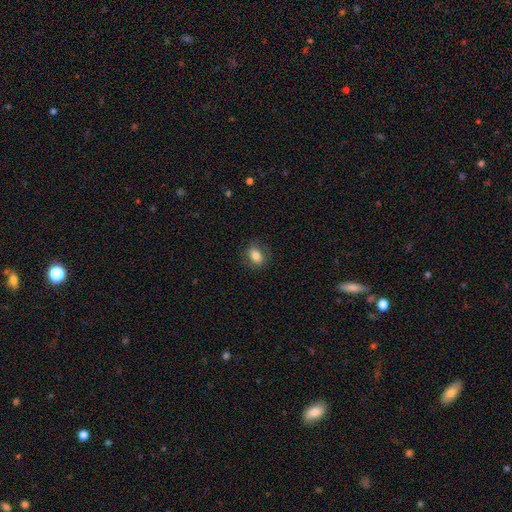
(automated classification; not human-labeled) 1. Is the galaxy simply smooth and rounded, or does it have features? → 79% smooth, 12% featured or disk, 9% star or artifact.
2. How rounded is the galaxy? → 72% in between, 26% round, 2% cigar-shaped.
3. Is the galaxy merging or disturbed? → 81% none, 13% minor disturbance, 5% major disturbance, 1% merger.